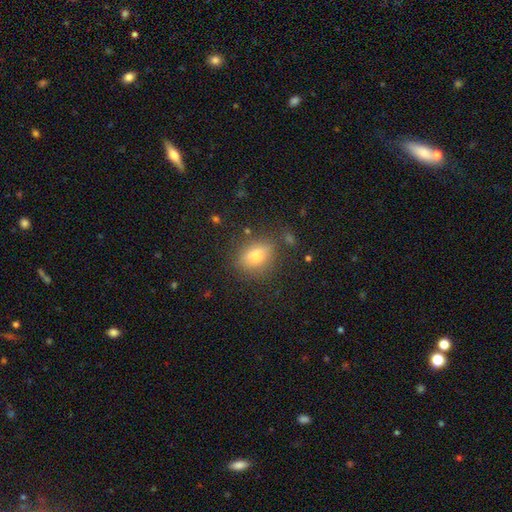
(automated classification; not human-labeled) smooth-or-featured: smooth: 76% | featured or disk: 13% | star or artifact: 10%
  how-rounded: in between: 64% | round: 32% | cigar-shaped: 4%
  merging: none: 76% | minor disturbance: 16% | major disturbance: 5% | merger: 4%